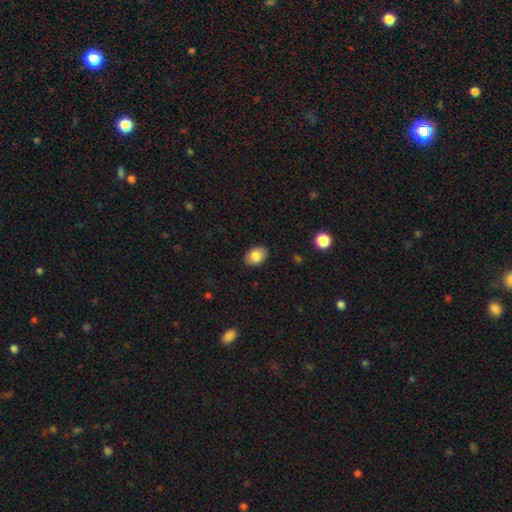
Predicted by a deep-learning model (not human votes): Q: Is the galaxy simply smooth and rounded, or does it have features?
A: smooth — 84%.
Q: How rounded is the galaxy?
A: in between — 77%.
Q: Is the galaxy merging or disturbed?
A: none — 88%.